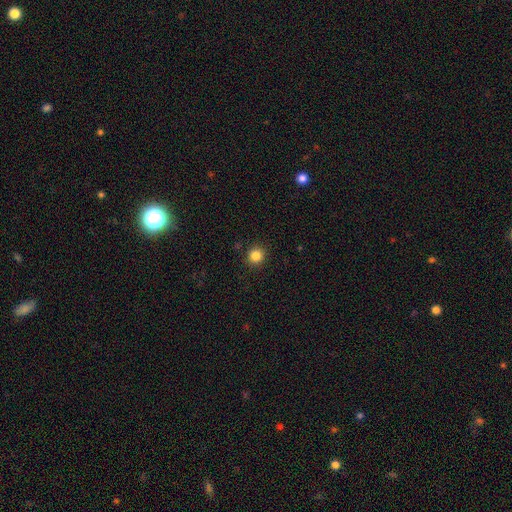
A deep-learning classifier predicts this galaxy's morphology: type=smooth (84%); roundness=round (92%); merging=none (91%).